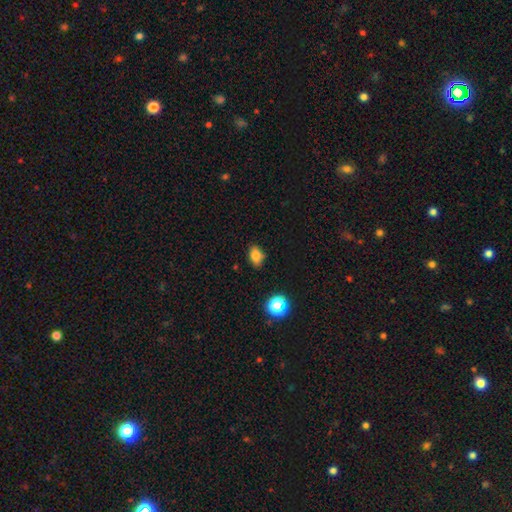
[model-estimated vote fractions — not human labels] Smooth or featured?
  - smooth: 80% *
  - star or artifact: 12%
  - featured or disk: 7%
How rounded?
  - in between: 80% *
  - round: 18%
  - cigar-shaped: 2%
Merging?
  - none: 83% *
  - minor disturbance: 13%
  - major disturbance: 2%
  - merger: 2%